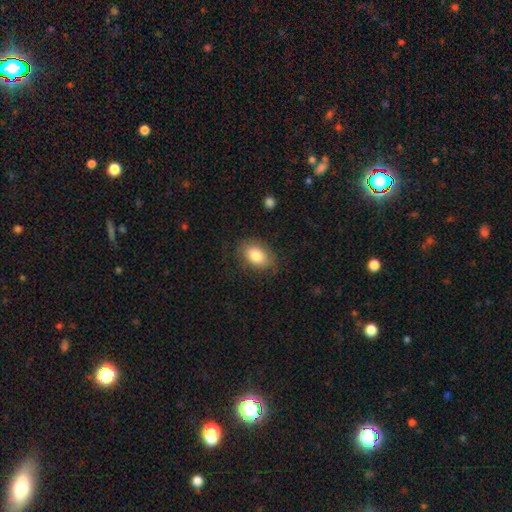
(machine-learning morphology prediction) type=smooth (81%); roundness=in between (86%); merging=none (76%).